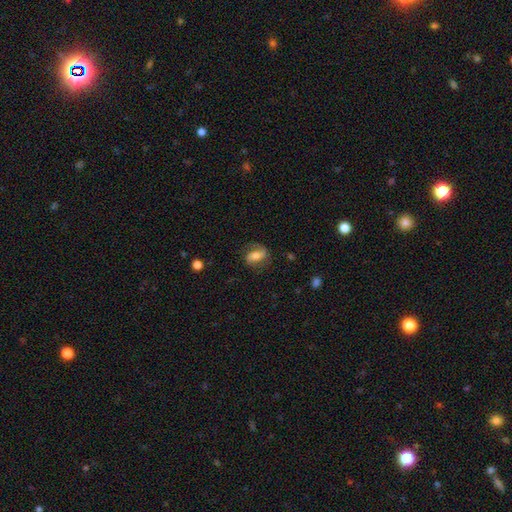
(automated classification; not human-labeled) Smooth or featured: featured or disk — 47% (smooth — 45%)
Merging: none — 69% (minor disturbance — 19%)